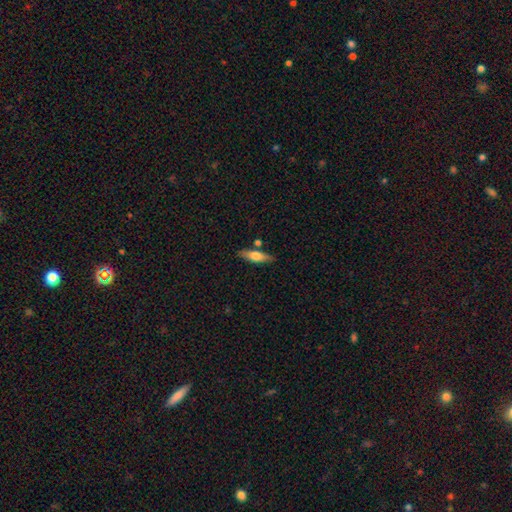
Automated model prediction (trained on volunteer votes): Smooth or featured? Predicted: smooth (p=0.62). How rounded? Predicted: cigar-shaped (p=0.59). Merging? Predicted: none (p=0.78).